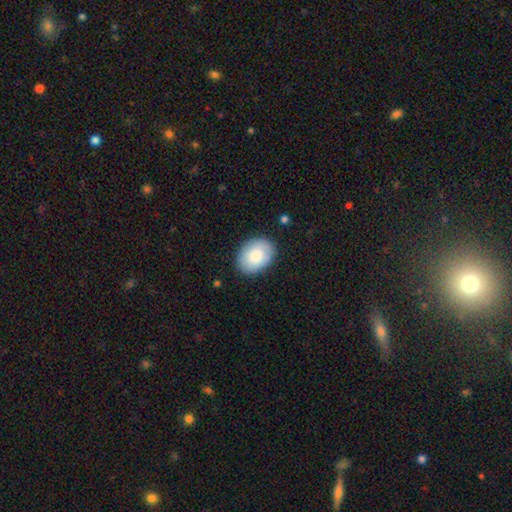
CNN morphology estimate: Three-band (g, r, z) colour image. It shows a smooth galaxy with no disk features (80%) that is in between round and cigar-shaped (70%). Merging: none (84%).